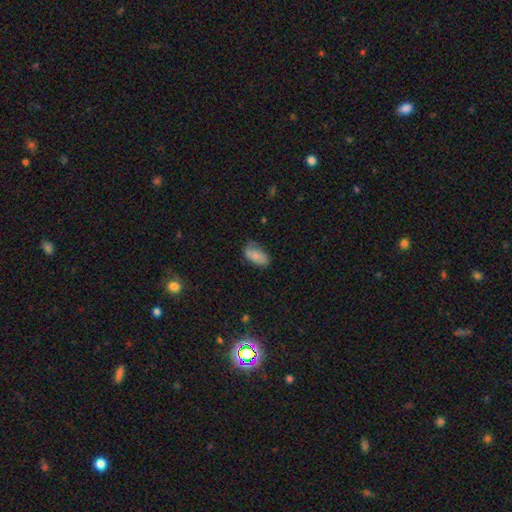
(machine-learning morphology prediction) A smooth galaxy with no disk features (74%) that is in between round and cigar-shaped (93%).

Vote fractions:
- Smooth or featured? smooth: 74% / featured or disk: 18% / star or artifact: 7%
- How rounded? in between: 93% / round: 4% / cigar-shaped: 3%
- Merging? none: 56% / minor disturbance: 32% / major disturbance: 10% / merger: 2%